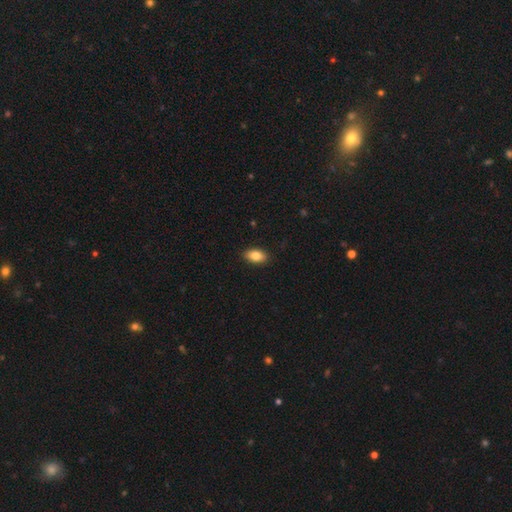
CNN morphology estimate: A smooth galaxy with no disk features (84%) that is in between round and cigar-shaped (92%).

Vote fractions:
- Smooth or featured? smooth: 84% / featured or disk: 8% / star or artifact: 8%
- How rounded? in between: 92% / round: 6% / cigar-shaped: 3%
- Merging? none: 89% / minor disturbance: 8% / major disturbance: 2% / merger: 1%